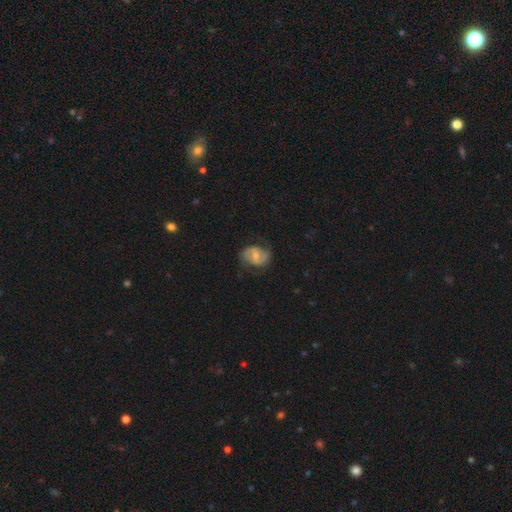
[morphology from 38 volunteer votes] Smooth or featured?
  - featured or disk: 71% *
  - smooth: 24%
  - star or artifact: 5%
Edge-on disk?
  - no: 93% *
  - yes: 7%
Bar?
  - weak: 64% *
  - strong: 24%
  - no: 12%
Spiral arms?
  - yes: 84% *
  - no: 16%
Spiral winding?
  - medium: 67% *
  - tight: 19%
  - loose: 14%
Spiral arm count?
  - 2: 76% *
  - can't tell: 24%
  - 1: 0%
  - 3: 0%
  - 4: 0%
  - more than 4: 0%
Bulge size?
  - moderate: 60% *
  - small: 24%
  - large: 8%
  - none: 8%
  - dominant: 0%
Merging?
  - none: 75% *
  - major disturbance: 14%
  - minor disturbance: 11%
  - merger: 0%